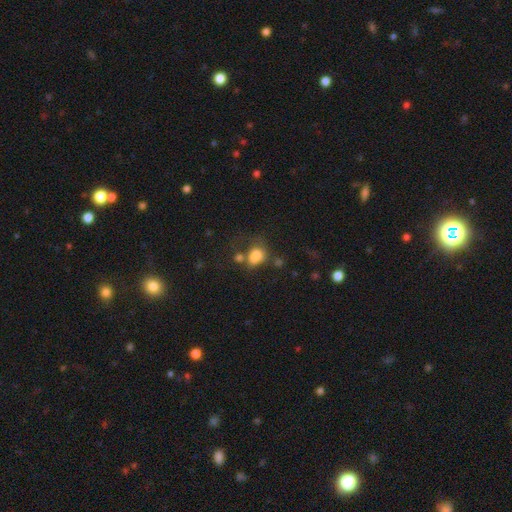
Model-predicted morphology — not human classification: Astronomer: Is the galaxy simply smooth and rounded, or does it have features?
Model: smooth — 74%.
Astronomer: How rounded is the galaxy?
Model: in between — 57% (runner-up: round, 41%).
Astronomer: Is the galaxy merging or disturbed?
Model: none — 31% (runner-up: merger, 30%).